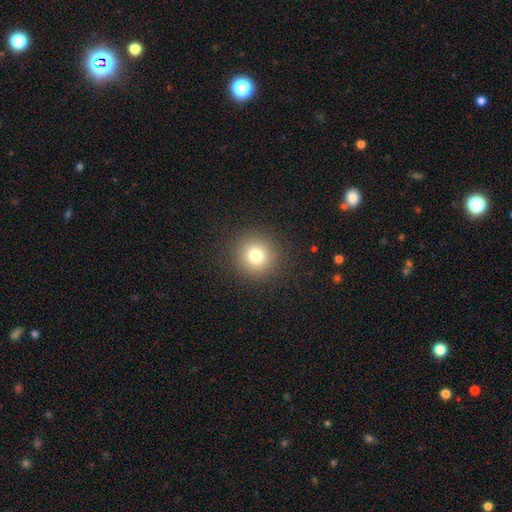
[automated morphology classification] A smooth galaxy with no disk features (78%) that is round (95%).

Vote fractions:
- Smooth or featured? smooth: 78% / star or artifact: 13% / featured or disk: 9%
- How rounded? round: 95% / in between: 5% / cigar-shaped: 1%
- Merging? none: 91% / minor disturbance: 6% / major disturbance: 3% / merger: 1%